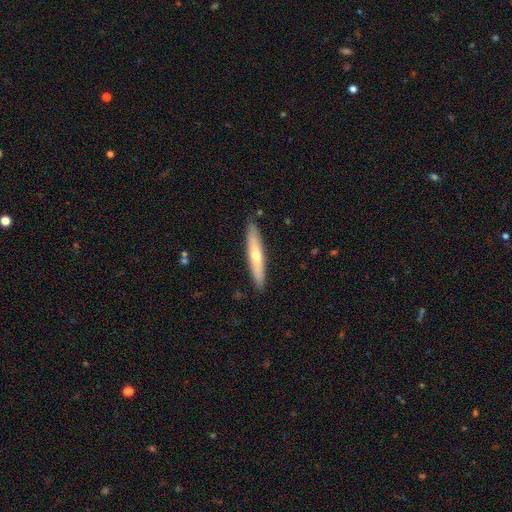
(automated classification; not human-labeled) Smooth or featured? Predicted: smooth (p=0.50). How rounded? Predicted: cigar-shaped (p=0.89). Merging? Predicted: none (p=0.88).